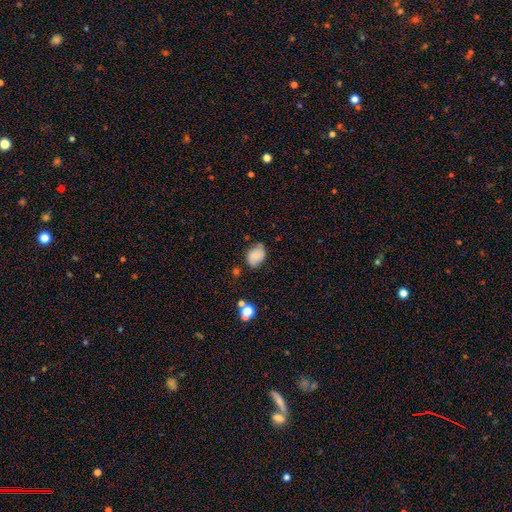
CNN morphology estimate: Smooth or featured: smooth — 76% (featured or disk — 14%)
How rounded: in between — 70% (round — 29%)
Merging: none — 65% (minor disturbance — 26%)